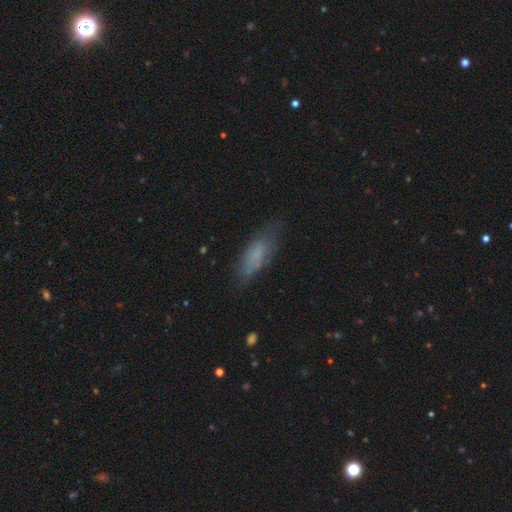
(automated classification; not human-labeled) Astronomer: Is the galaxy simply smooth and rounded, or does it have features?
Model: smooth — 71%.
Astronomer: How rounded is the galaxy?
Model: in between — 62%.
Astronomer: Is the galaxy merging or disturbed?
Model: none — 69%.